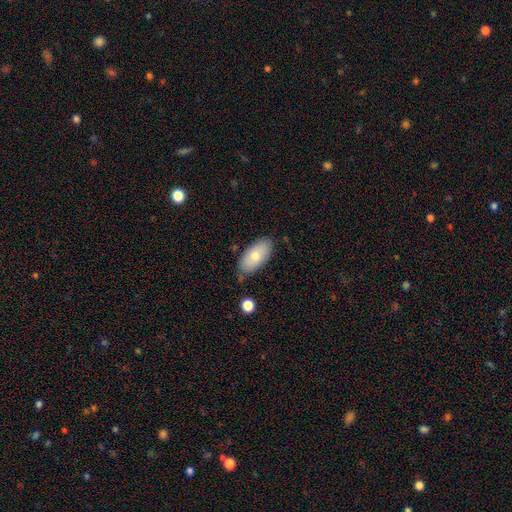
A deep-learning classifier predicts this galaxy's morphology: smooth-or-featured: smooth: 75% | featured or disk: 19% | star or artifact: 6%
  how-rounded: in between: 92% | cigar-shaped: 6% | round: 2%
  merging: none: 73% | minor disturbance: 20% | major disturbance: 4% | merger: 4%